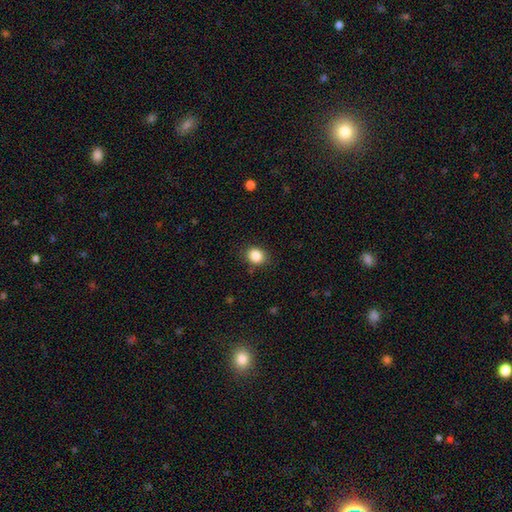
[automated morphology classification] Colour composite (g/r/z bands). It shows a smooth galaxy with no disk features (86%) that is round (63%). Merging: none (85%).